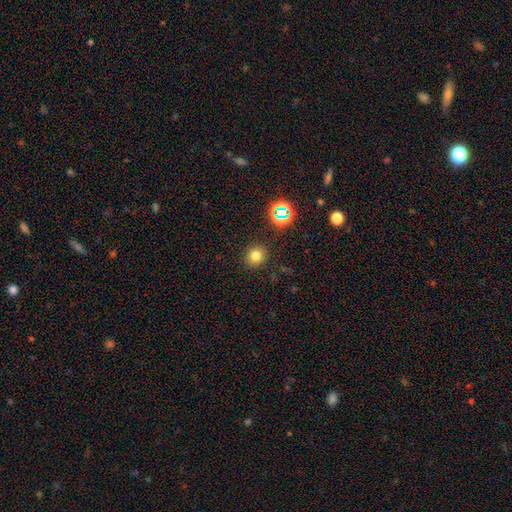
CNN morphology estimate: Smooth or featured? Predicted: smooth (p=0.75). How rounded? Predicted: round (p=0.82). Merging? Predicted: none (p=0.88).